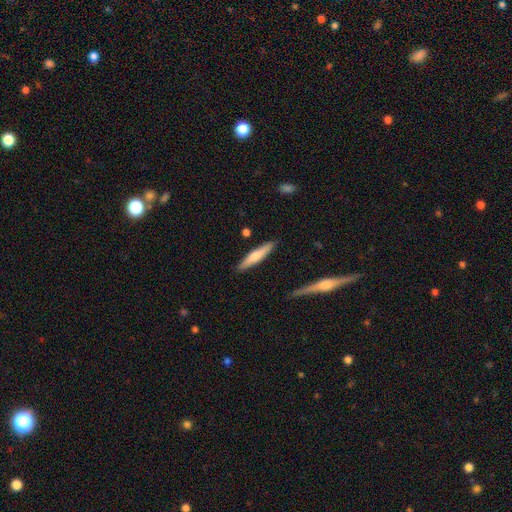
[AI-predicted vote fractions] Smooth or featured? Predicted: smooth (p=0.64). How rounded? Predicted: cigar-shaped (p=0.87). Merging? Predicted: none (p=0.86).